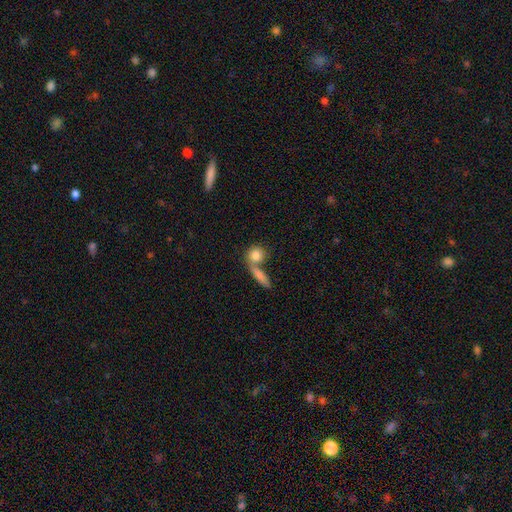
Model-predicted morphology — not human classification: type=smooth (81%); roundness=round (67%); merging=none (47%).